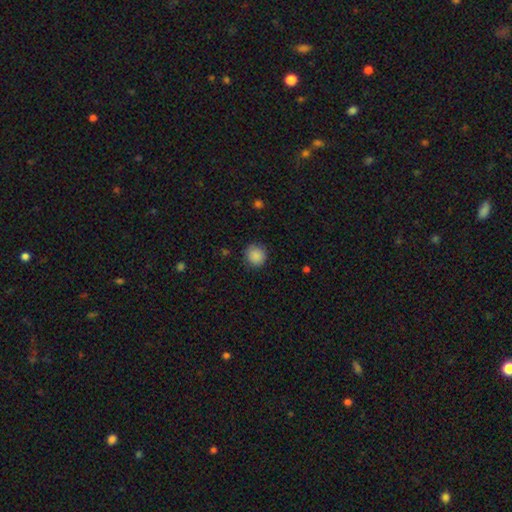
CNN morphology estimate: smooth-or-featured: smooth: 88% | star or artifact: 9% | featured or disk: 3%
  how-rounded: round: 91% | in between: 8% | cigar-shaped: 1%
  merging: none: 87% | minor disturbance: 9% | major disturbance: 3% | merger: 1%